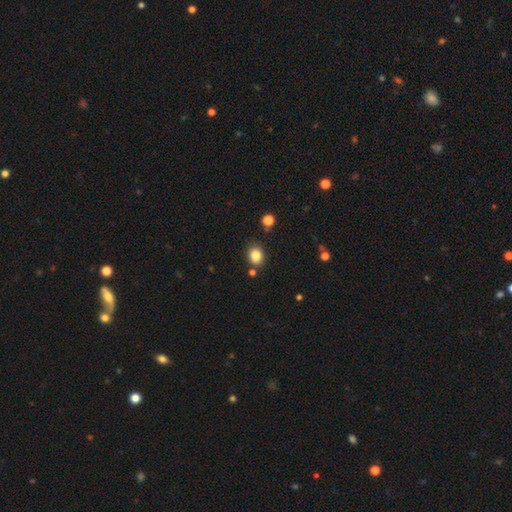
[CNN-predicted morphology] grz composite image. It shows a smooth galaxy with no disk features (84%) that is round (55%). Merging: none (79%).